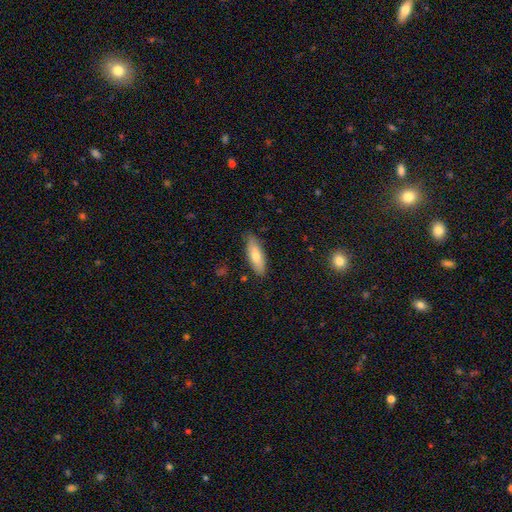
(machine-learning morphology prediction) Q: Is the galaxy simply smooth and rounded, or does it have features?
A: smooth — 71%.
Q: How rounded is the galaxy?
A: in between — 57%.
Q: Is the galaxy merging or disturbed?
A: none — 84%.